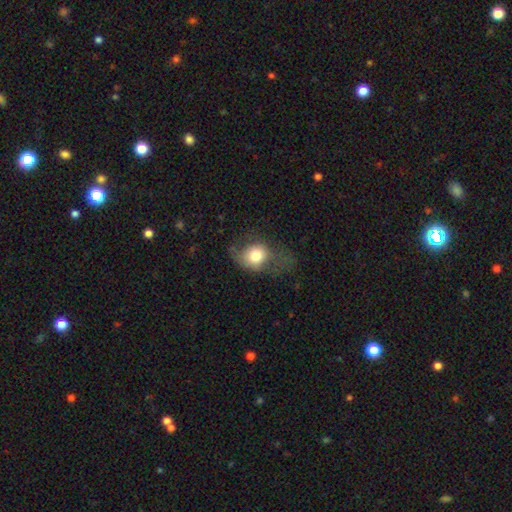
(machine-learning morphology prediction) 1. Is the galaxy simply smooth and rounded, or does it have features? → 70% smooth, 22% featured or disk, 9% star or artifact.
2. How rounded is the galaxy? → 57% round, 41% in between, 1% cigar-shaped.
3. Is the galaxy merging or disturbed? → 38% major disturbance, 33% none, 26% minor disturbance, 2% merger.